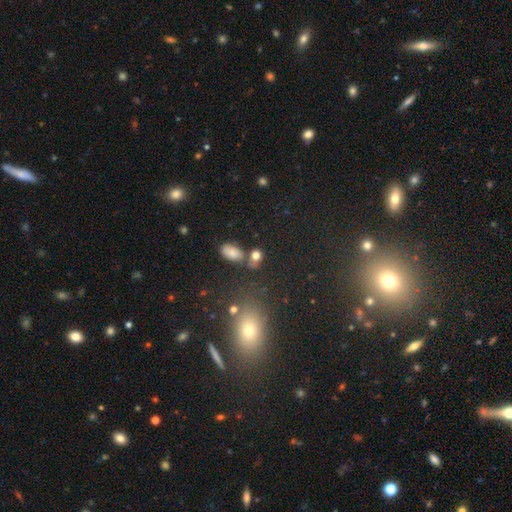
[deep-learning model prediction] The model was most divided on "how rounded": in between: 54%, round: 42%, cigar-shaped: 3%. More confident: smooth or featured — smooth (76%); merging — none (59%).